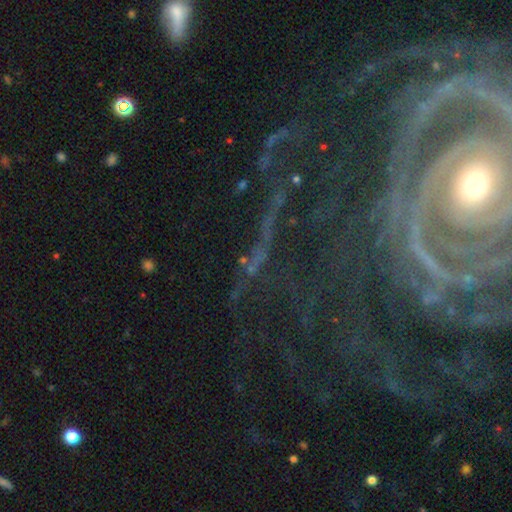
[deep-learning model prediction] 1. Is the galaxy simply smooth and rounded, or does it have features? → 76% star or artifact, 14% featured or disk, 10% smooth.